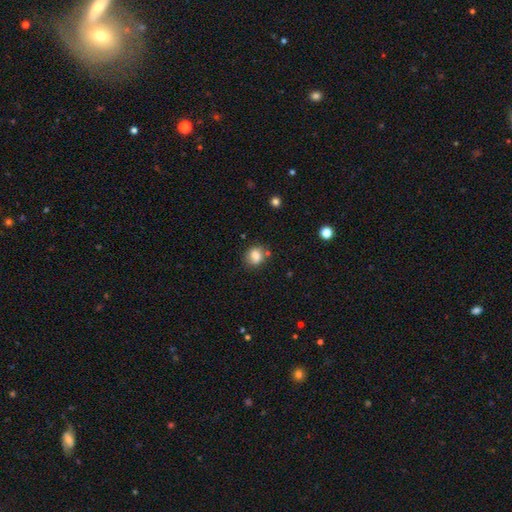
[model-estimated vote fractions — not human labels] A smooth galaxy with no disk features (80%) that is round (60%). Merging: none (69%).